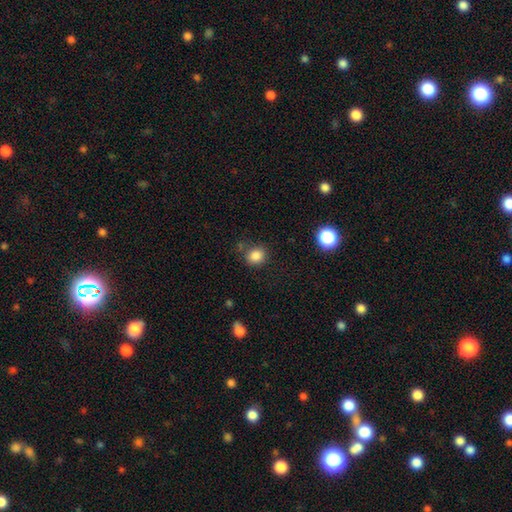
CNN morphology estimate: Smooth or featured? Predicted: smooth (p=0.84). How rounded? Predicted: round (p=0.76). Merging? Predicted: none (p=0.77).